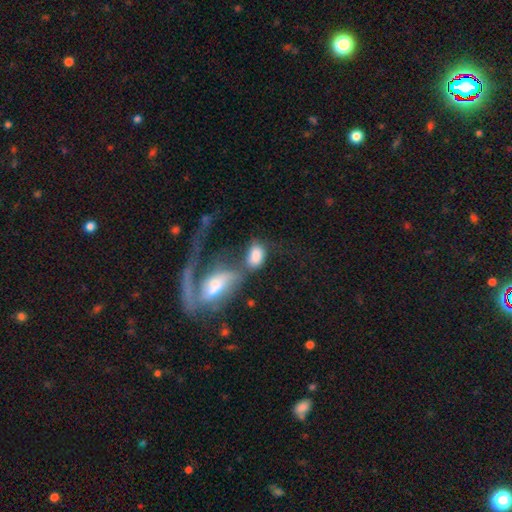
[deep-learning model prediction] Smooth or featured? smooth (73%)
How rounded? in between (89%)
Merging? merger (49%)